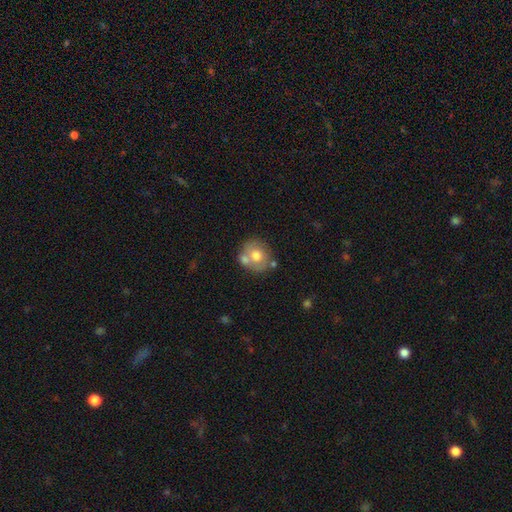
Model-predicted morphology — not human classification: A smooth galaxy with no disk features (56%) that is round (75%).

Vote fractions:
- Smooth or featured? smooth: 56% / featured or disk: 36% / star or artifact: 8%
- How rounded? round: 75% / in between: 24% / cigar-shaped: 1%
- Merging? none: 51% / merger: 28% / minor disturbance: 16% / major disturbance: 6%